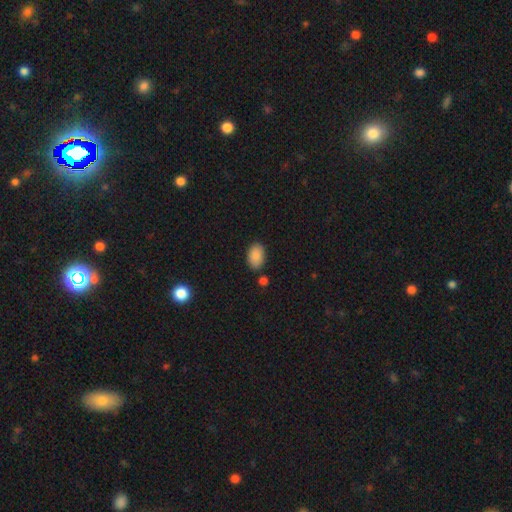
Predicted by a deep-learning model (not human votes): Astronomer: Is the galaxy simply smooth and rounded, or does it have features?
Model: smooth — 89%.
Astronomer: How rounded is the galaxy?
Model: in between — 90%.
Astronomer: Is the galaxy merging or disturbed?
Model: none — 82%.